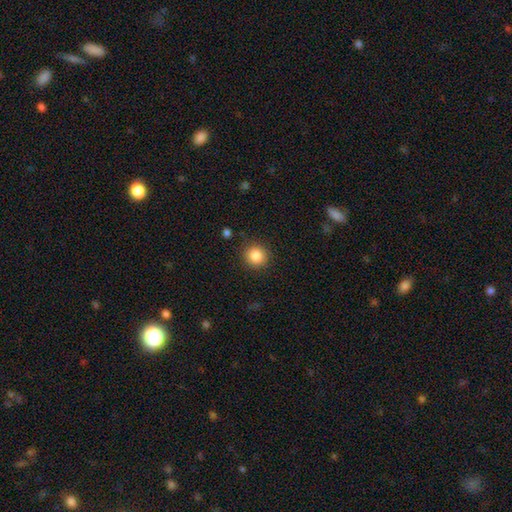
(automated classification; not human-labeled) smooth 85%, star or artifact 10%, featured or disk 5%. Down the decision tree: how rounded — round (92%); merging — none (89%).